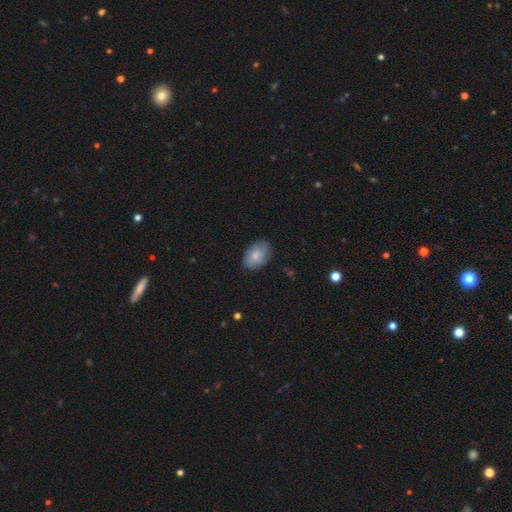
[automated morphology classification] Smooth or featured? Predicted: smooth (p=0.81). How rounded? Predicted: in between (p=0.89). Merging? Predicted: none (p=0.77).